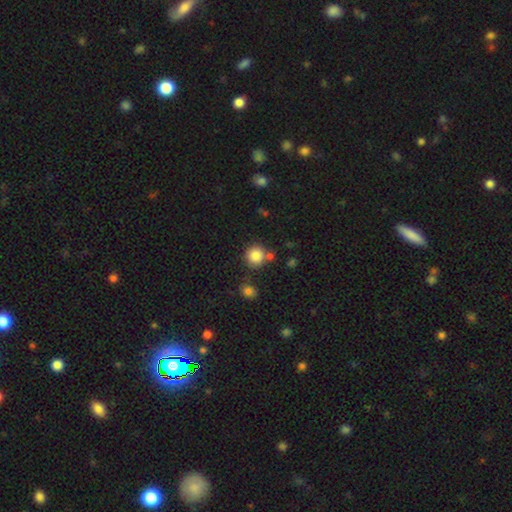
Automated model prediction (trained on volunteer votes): Smooth or featured? smooth (85%)
How rounded? round (92%)
Merging? none (75%)